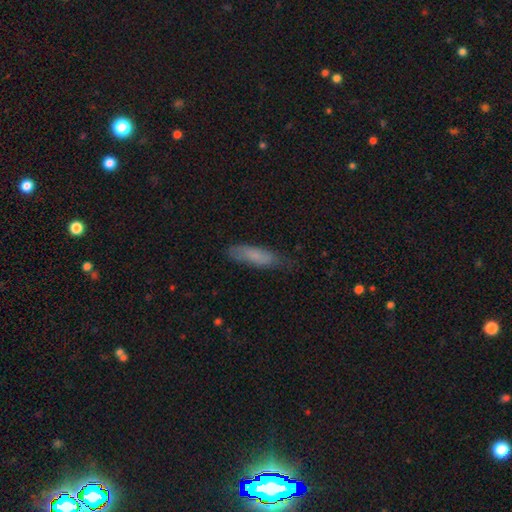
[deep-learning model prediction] smooth-or-featured: smooth: 75% | featured or disk: 18% | star or artifact: 7%
  how-rounded: cigar-shaped: 58% | in between: 40% | round: 2%
  merging: none: 68% | minor disturbance: 25% | major disturbance: 6% | merger: 2%